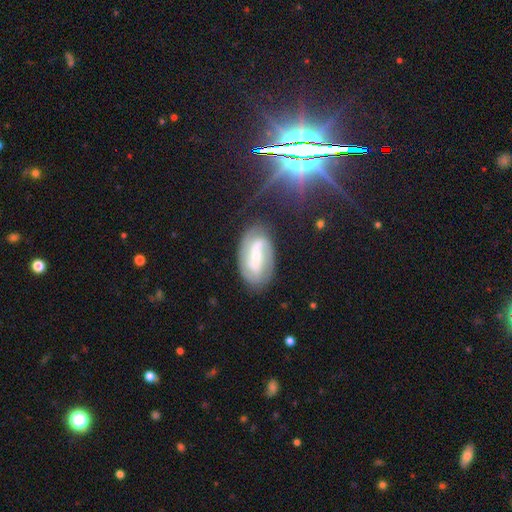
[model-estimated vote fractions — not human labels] Smooth or featured? featured or disk (77%)
Edge-on disk? no (95%)
Bar? strong (39%)
Spiral arms? yes (92%)
Spiral winding? medium (42%)
Spiral arm count? 2 (71%)
Bulge size? small (57%)
Merging? none (76%)